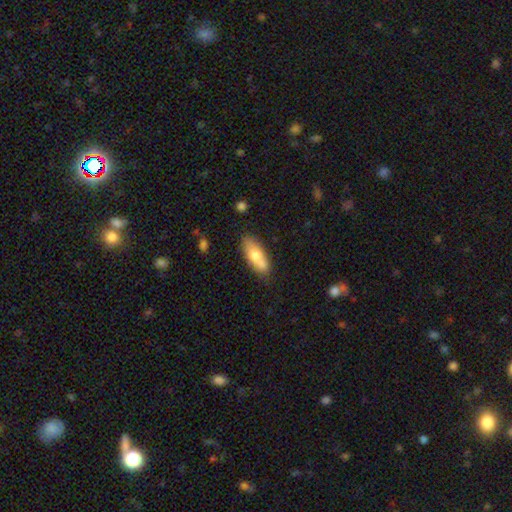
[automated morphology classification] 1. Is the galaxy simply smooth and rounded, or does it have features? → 66% smooth, 28% featured or disk, 7% star or artifact.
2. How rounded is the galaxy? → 72% in between, 25% cigar-shaped, 3% round.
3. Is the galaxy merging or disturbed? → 61% none, 18% merger, 17% minor disturbance, 4% major disturbance.